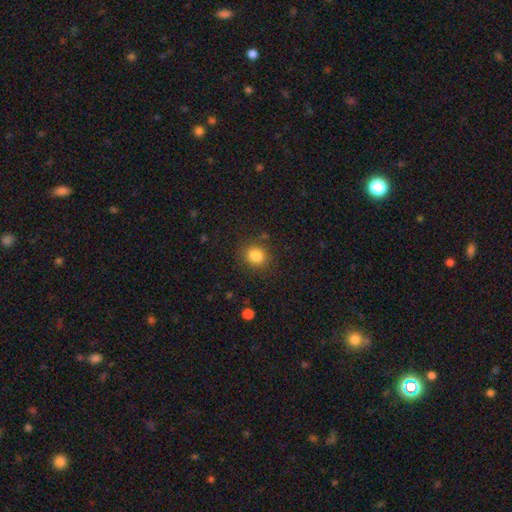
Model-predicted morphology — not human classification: Overall: smooth (84%). How rounded: round (76%). Merging: none (85%).